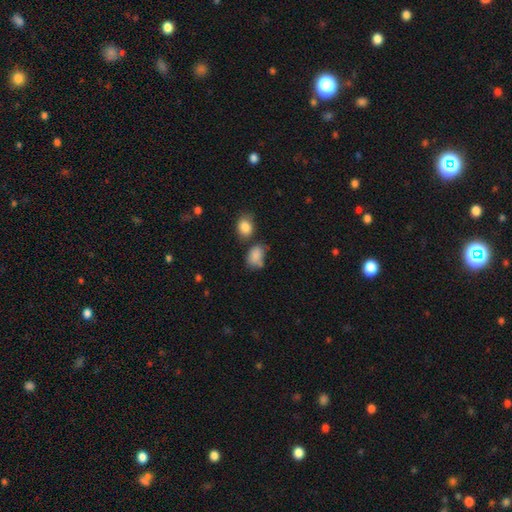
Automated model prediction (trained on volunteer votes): The model was most divided on "merging": none: 46%, minor disturbance: 25%, merger: 20%, major disturbance: 9%. More confident: smooth or featured — smooth (83%); how rounded — in between (75%).